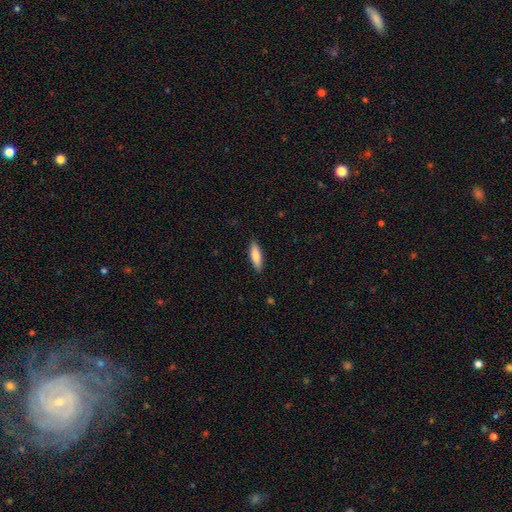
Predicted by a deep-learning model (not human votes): This is clearly a smooth galaxy (80%). How rounded: possibly cigar-shaped (59%). Merging: clearly none (88%).